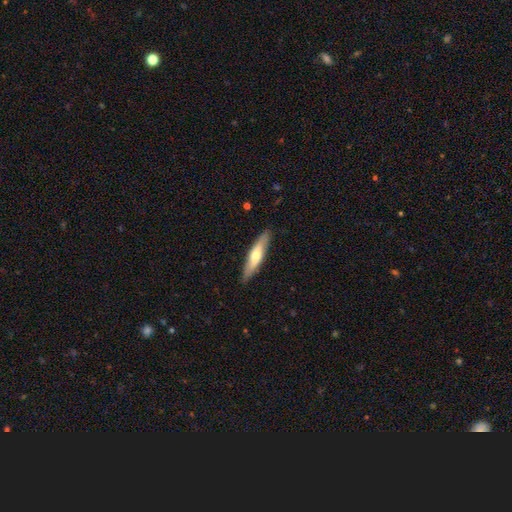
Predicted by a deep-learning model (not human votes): The model was most divided on "smooth or featured": smooth: 54%, featured or disk: 41%, star or artifact: 5%. More confident: merging — none (88%); how rounded — cigar-shaped (79%).